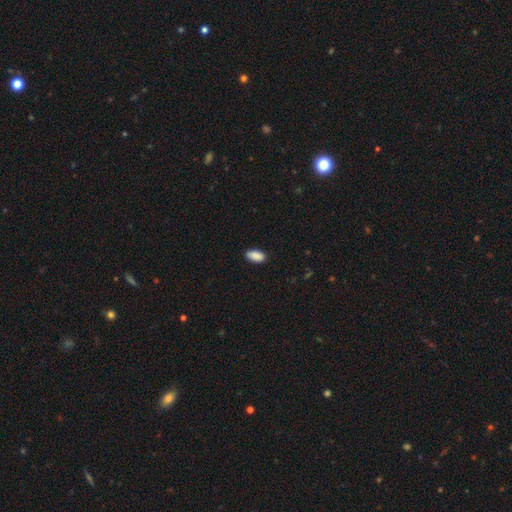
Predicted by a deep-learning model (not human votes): This appears to be a smooth galaxy with no disk features (90%) that is in between round and cigar-shaped (92%). Merging: none (87%).